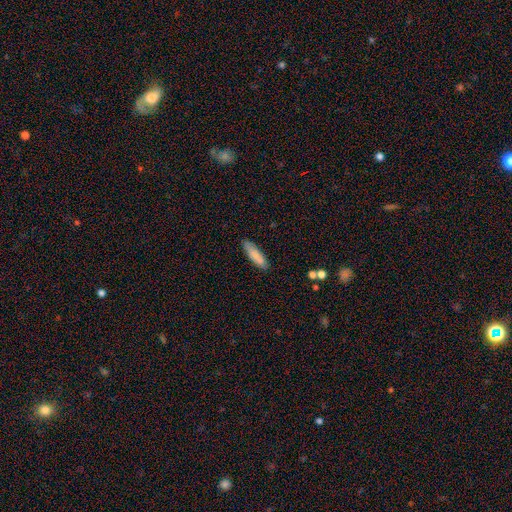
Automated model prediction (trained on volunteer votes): The model was most divided on "how rounded": cigar-shaped: 64%, in between: 35%, round: 1%. More confident: smooth or featured — smooth (83%); merging — none (82%).